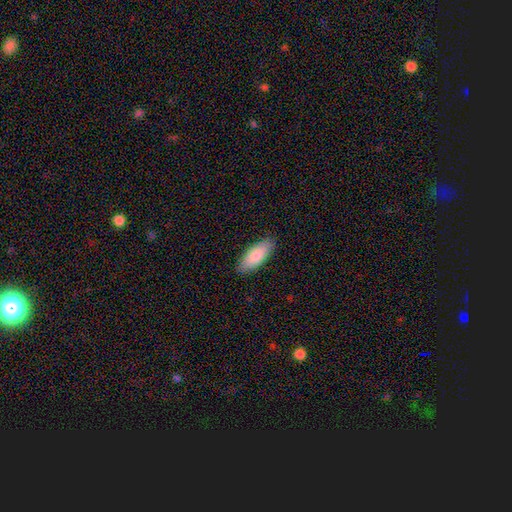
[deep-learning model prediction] A smooth galaxy with no disk features (84%) that is in between round and cigar-shaped (75%). Merging: none (88%).